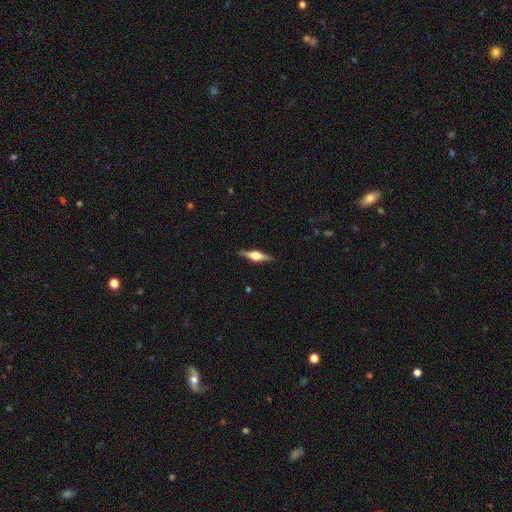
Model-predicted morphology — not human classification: Smooth or featured? Predicted: featured or disk (p=0.72). Edge-on disk? Predicted: yes (p=0.97). Edge-on bulge? Predicted: rounded (p=0.93). Merging? Predicted: none (p=0.89).